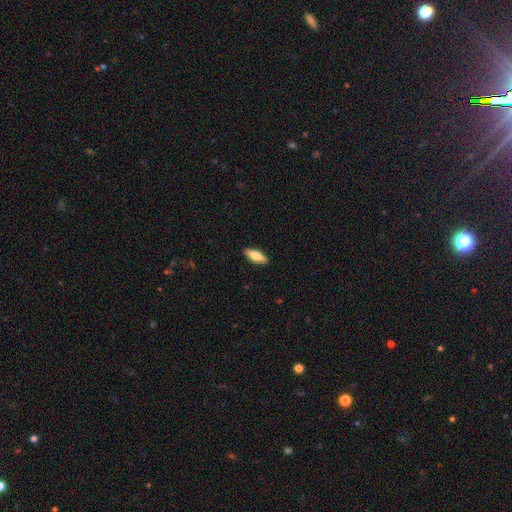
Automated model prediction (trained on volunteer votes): Smooth or featured?
  - smooth: 61% *
  - featured or disk: 33%
  - star or artifact: 6%
How rounded?
  - in between: 60% *
  - cigar-shaped: 38%
  - round: 2%
Merging?
  - none: 90% *
  - minor disturbance: 7%
  - major disturbance: 2%
  - merger: 1%